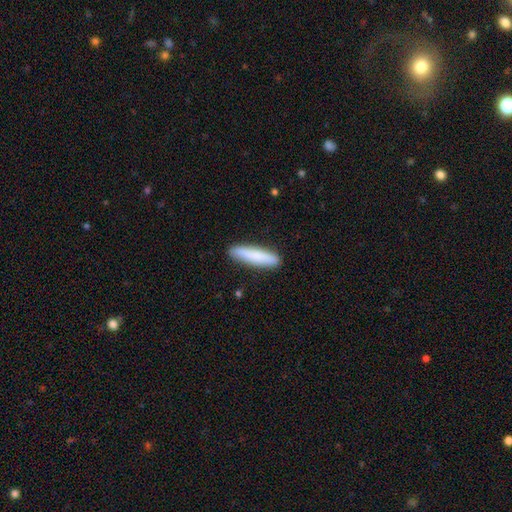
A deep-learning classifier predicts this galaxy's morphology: A smooth galaxy with no disk features (83%) that is cigar-shaped (83%).

Vote fractions:
- Smooth or featured? smooth: 83% / featured or disk: 12% / star or artifact: 6%
- How rounded? cigar-shaped: 83% / in between: 16% / round: 1%
- Merging? none: 90% / minor disturbance: 8% / major disturbance: 1% / merger: 1%